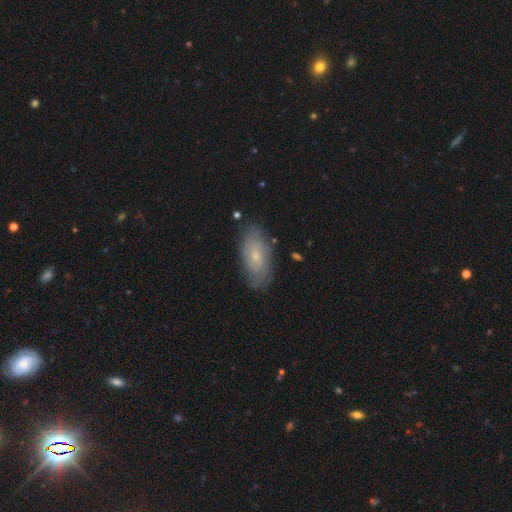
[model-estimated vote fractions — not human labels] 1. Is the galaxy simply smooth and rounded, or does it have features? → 46% featured or disk (tied), 46% smooth (tied), 8% star or artifact.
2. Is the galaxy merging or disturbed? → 78% none, 16% minor disturbance, 4% major disturbance, 2% merger.